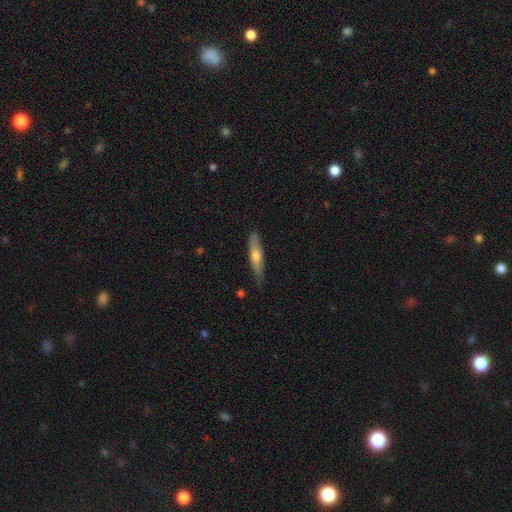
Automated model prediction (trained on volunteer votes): smooth_or_featured: smooth (p=0.55) [alt: featured or disk p=0.40]
how_rounded: cigar-shaped (p=0.79) [alt: in between p=0.19]
merging: none (p=0.79) [alt: minor disturbance p=0.17]